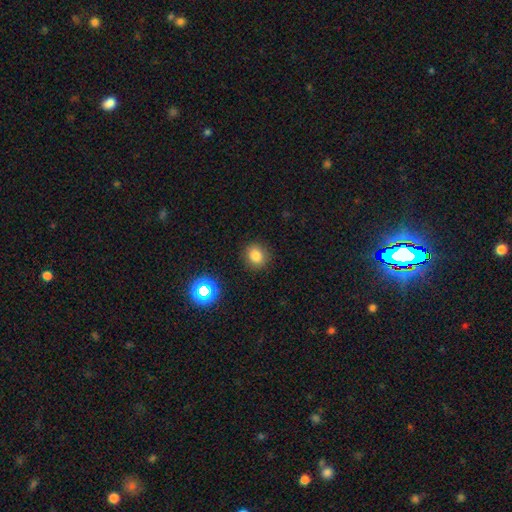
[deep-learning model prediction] Overall: smooth (79%). How rounded: round (73%). Merging: none (88%).